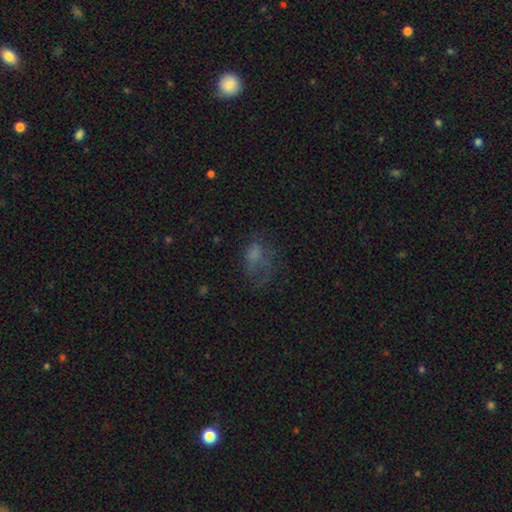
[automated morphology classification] Smooth or featured? smooth (53%)
How rounded? in between (76%)
Merging? major disturbance (41%)